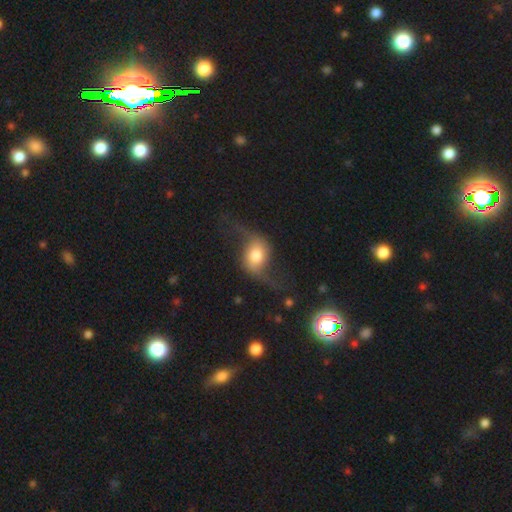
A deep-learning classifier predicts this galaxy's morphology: A featured or disk galaxy (71%) with no bar (58%), 2 (93%) loose (91%) spiral arms (92%) and a moderate central bulge (45%).

Vote fractions:
- Smooth or featured? featured or disk: 71% / smooth: 22% / star or artifact: 7%
- Edge-on disk? no: 93% / yes: 7%
- Bar? no: 58% / weak: 30% / strong: 12%
- Spiral arms? yes: 92% / no: 8%
- Spiral winding? loose: 91% / medium: 7% / tight: 2%
- Spiral arm count? 2: 93% / 1: 2% / can't tell: 2% / 3: 1% / 4: 1% / more than 4: 1%
- Bulge size? moderate: 45% / large: 28% / small: 14% / dominant: 10% / none: 3%
- Merging? none: 54% / major disturbance: 23% / minor disturbance: 19% / merger: 3%